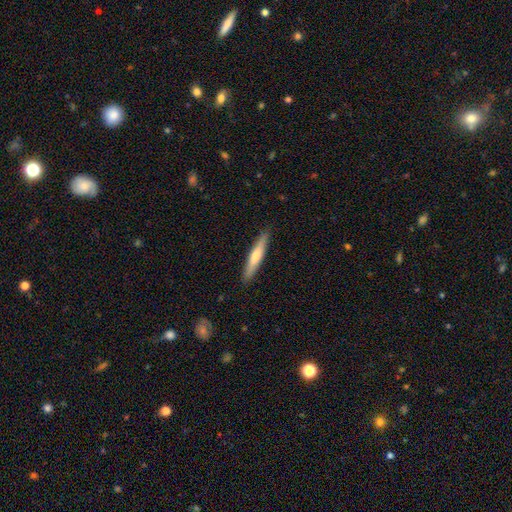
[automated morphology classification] This is possibly a smooth galaxy (54%). How rounded: clearly cigar-shaped (92%). Merging: clearly none (90%).